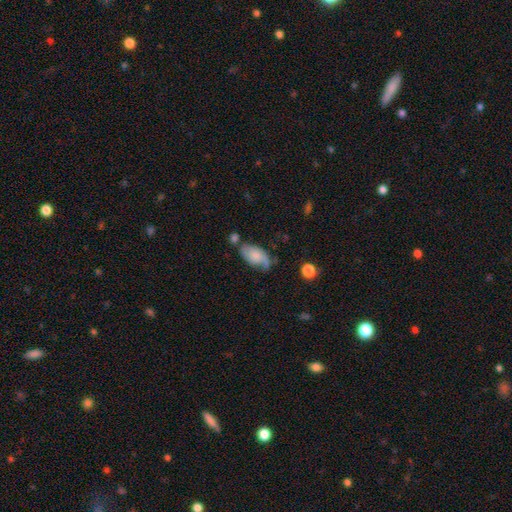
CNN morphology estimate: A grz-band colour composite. It shows a smooth galaxy with no disk features (54%) that is in between round and cigar-shaped (92%). Merging: none (47%).